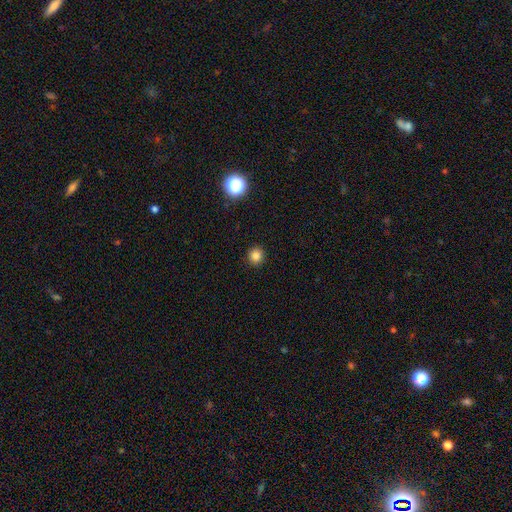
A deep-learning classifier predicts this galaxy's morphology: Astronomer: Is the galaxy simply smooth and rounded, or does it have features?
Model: smooth — 83%.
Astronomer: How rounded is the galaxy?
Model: round — 93%.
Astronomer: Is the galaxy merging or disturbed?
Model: none — 93%.